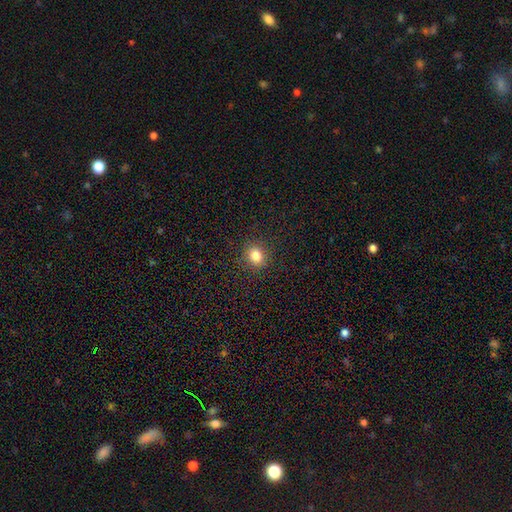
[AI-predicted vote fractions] Morphology: type=smooth (82%); roundness=round (76%); merging=none (89%).